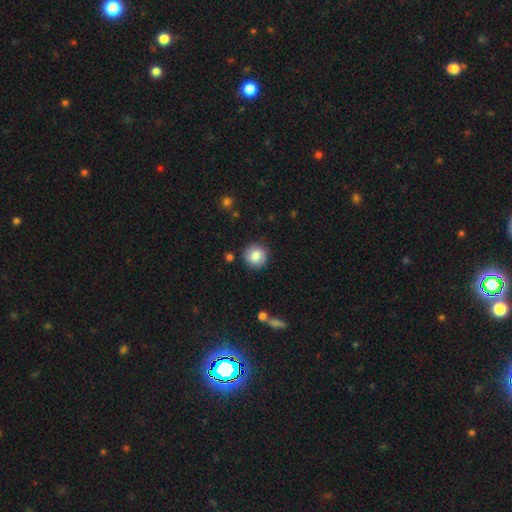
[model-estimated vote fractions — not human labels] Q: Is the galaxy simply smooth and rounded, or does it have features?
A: smooth — 84%.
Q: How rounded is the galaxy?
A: round — 93%.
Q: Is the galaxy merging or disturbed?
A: none — 87%.